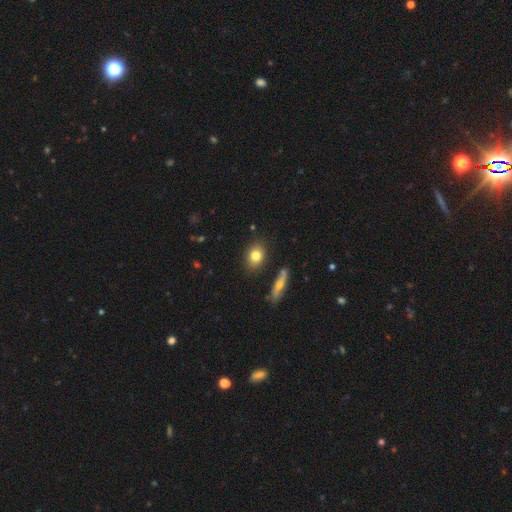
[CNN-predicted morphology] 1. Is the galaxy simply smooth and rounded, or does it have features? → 79% smooth, 12% featured or disk, 9% star or artifact.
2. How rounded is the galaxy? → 53% in between, 43% round, 3% cigar-shaped.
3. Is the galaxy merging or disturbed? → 82% none, 11% minor disturbance, 4% merger, 3% major disturbance.